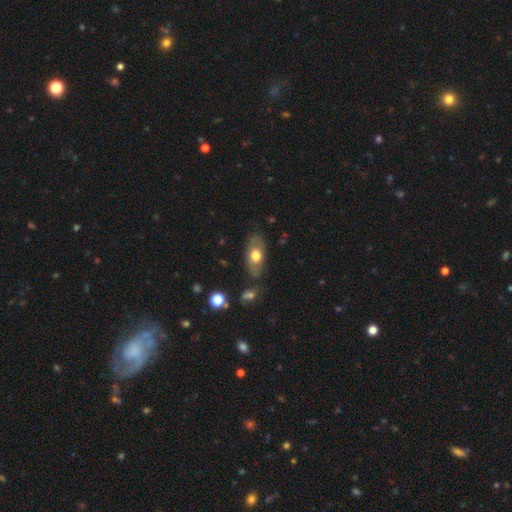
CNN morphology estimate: smooth_or_featured: smooth (p=0.58) [alt: featured or disk p=0.36]
how_rounded: in between (p=0.88) [alt: round p=0.07]
merging: none (p=0.76) [alt: minor disturbance p=0.16]